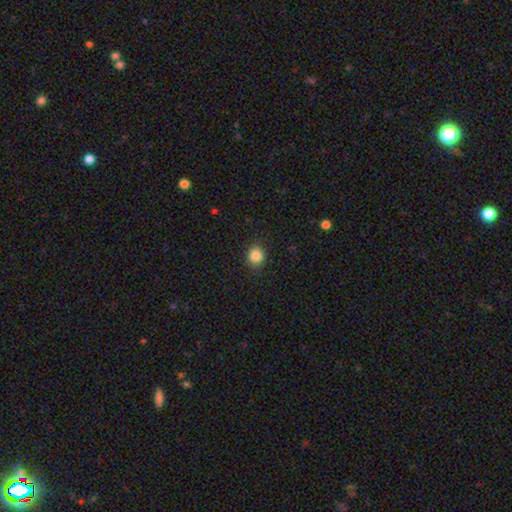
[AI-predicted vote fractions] This appears to be a smooth galaxy with no disk features (85%) that is round (83%). Merging: none (89%).